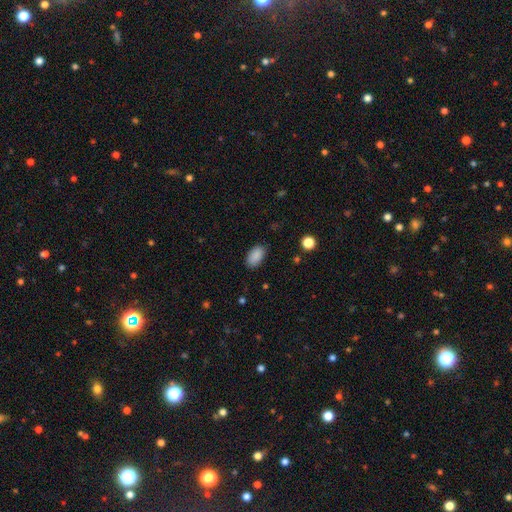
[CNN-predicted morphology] smooth 89%, star or artifact 8%, featured or disk 4%. Down the decision tree: how rounded — in between (93%); merging — none (83%).